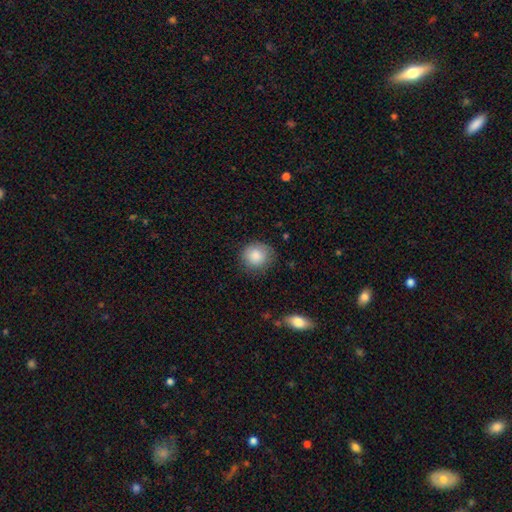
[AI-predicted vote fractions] This appears to be a smooth galaxy with no disk features (86%) that is round (86%). Merging: none (80%).